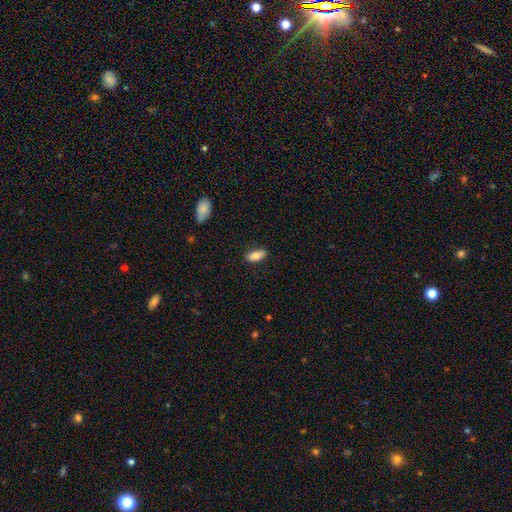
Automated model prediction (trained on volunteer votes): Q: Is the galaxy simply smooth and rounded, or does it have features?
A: smooth — 81%.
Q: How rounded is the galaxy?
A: in between — 84%.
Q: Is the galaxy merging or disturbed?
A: none — 85%.